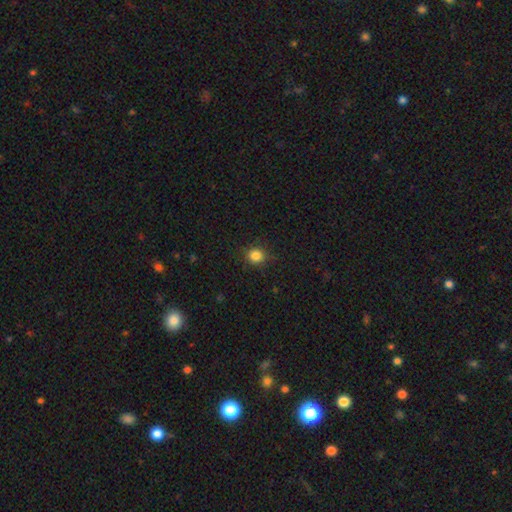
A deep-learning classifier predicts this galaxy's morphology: The model was most divided on "smooth or featured": smooth: 84%, star or artifact: 12%, featured or disk: 4%. More confident: merging — none (87%); how rounded — round (87%).